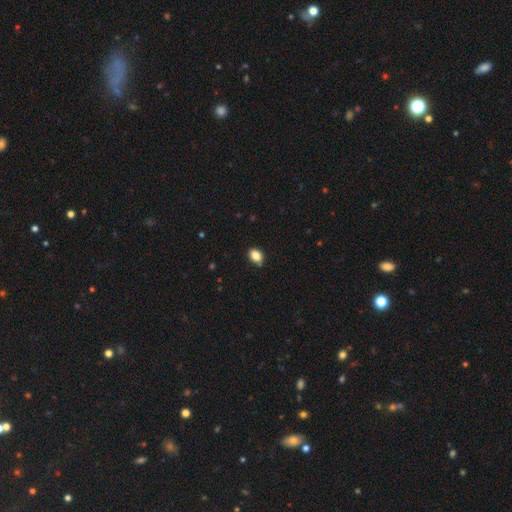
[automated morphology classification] type=smooth (85%); roundness=in between (77%); merging=none (75%).